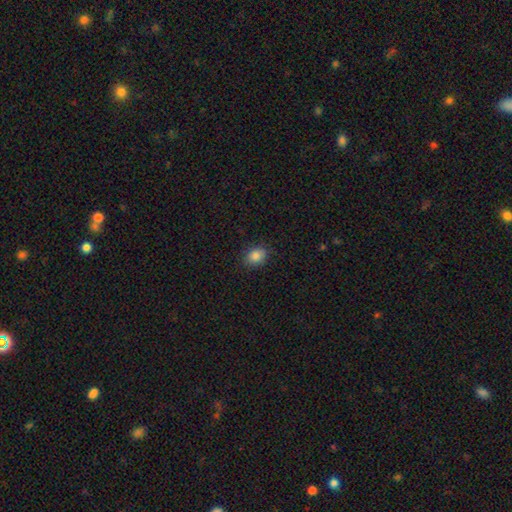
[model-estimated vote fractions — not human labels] smooth-or-featured: smooth: 85% | star or artifact: 10% | featured or disk: 5%
  how-rounded: in between: 60% | round: 39% | cigar-shaped: 1%
  merging: none: 85% | minor disturbance: 12% | major disturbance: 3% | merger: 1%